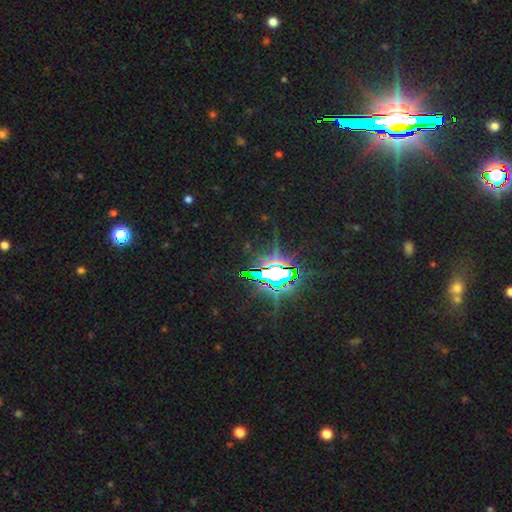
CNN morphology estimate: Q: Smooth or featured?
A: star or artifact (86%); runner-up: featured or disk (7%)